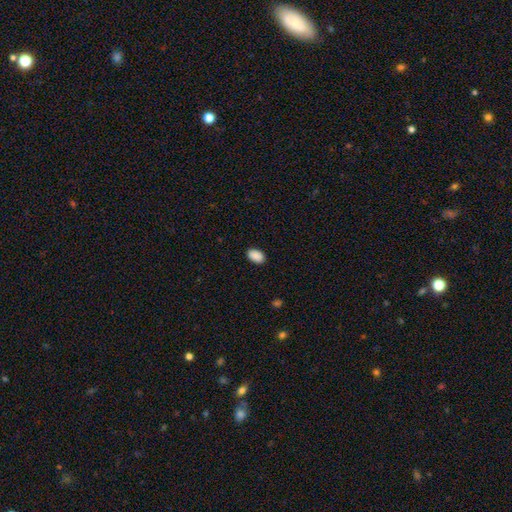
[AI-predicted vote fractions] A smooth galaxy with no disk features (90%) that is in between round and cigar-shaped (91%). Merging: none (88%).